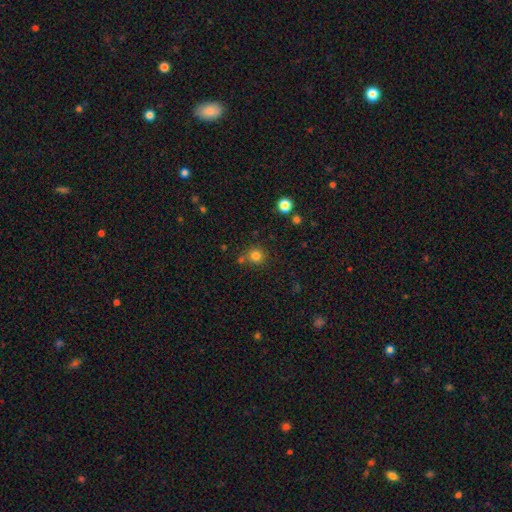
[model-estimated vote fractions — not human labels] Overall: smooth (80%). How rounded: round (92%). Merging: none (74%).